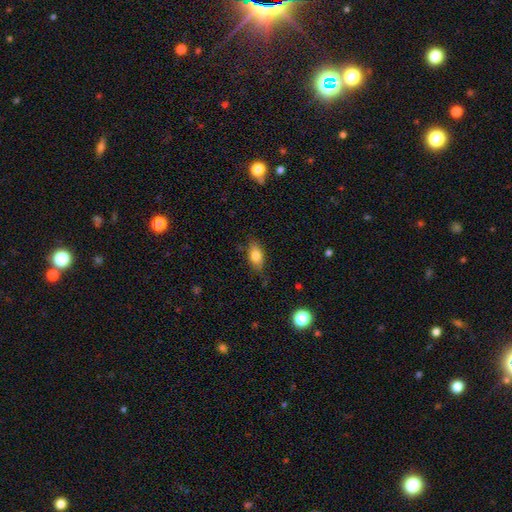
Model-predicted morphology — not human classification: smooth-or-featured: smooth: 79% | featured or disk: 13% | star or artifact: 8%
  how-rounded: in between: 86% | cigar-shaped: 8% | round: 6%
  merging: none: 78% | minor disturbance: 17% | major disturbance: 3% | merger: 2%